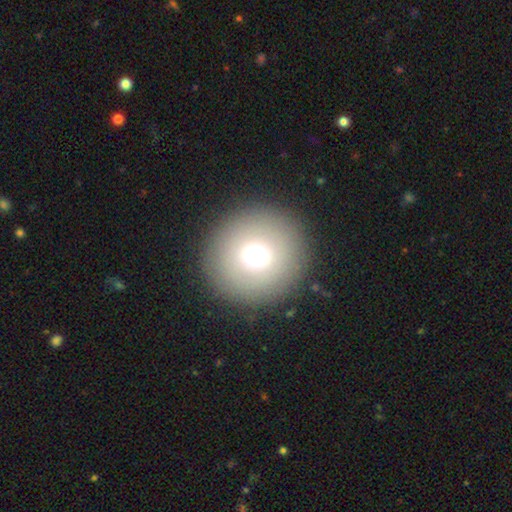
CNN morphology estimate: Smooth or featured? smooth (66%)
How rounded? round (93%)
Merging? none (89%)